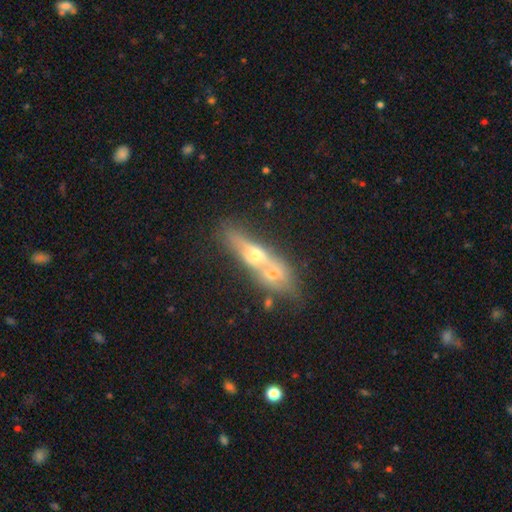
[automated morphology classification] This appears to be a featured or disk galaxy (61%) viewed edge-on (71%). Merging: merger (50%).